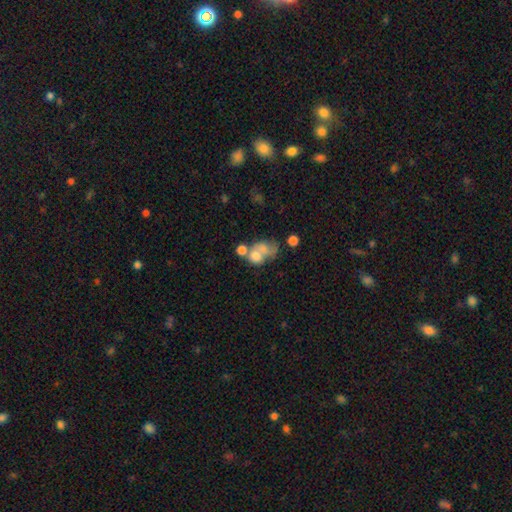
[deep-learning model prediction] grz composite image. It shows a smooth galaxy with no disk features (59%) that is in between round and cigar-shaped (57%). Merging: merger (48%).